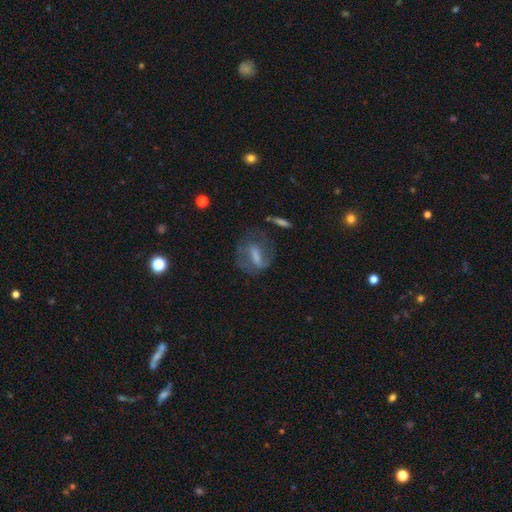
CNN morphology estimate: Smooth or featured?
  - featured or disk: 59% *
  - smooth: 28%
  - star or artifact: 14%
Edge-on disk?
  - no: 87% *
  - yes: 13%
Bar?
  - strong: 45% *
  - weak: 36%
  - no: 19%
Spiral arms?
  - yes: 68% *
  - no: 32%
Bulge size?
  - none: 30% *
  - small: 29%
  - moderate: 29%
  - large: 9%
  - dominant: 2%
Merging?
  - none: 61% *
  - minor disturbance: 19%
  - major disturbance: 17%
  - merger: 3%